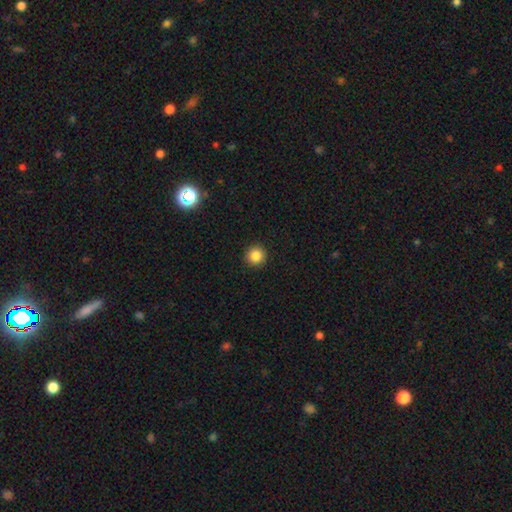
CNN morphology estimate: The model was most divided on "smooth or featured": smooth: 86%, star or artifact: 10%, featured or disk: 4%. More confident: how rounded — round (95%); merging — none (93%).